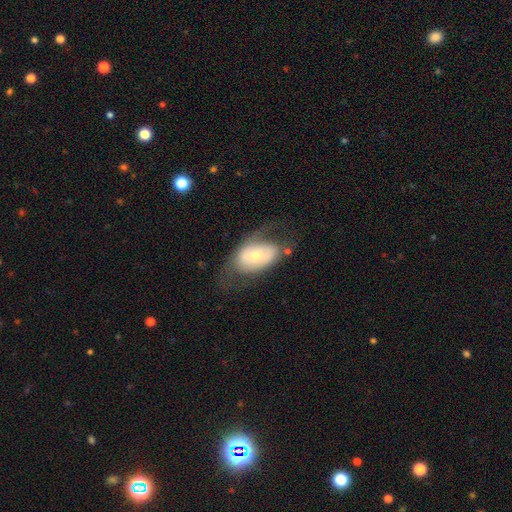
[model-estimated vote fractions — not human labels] Smooth or featured: featured or disk — 52% (smooth — 41%)
Edge-on disk: no — 90% (yes — 10%)
Merging: none — 51% (major disturbance — 23%)